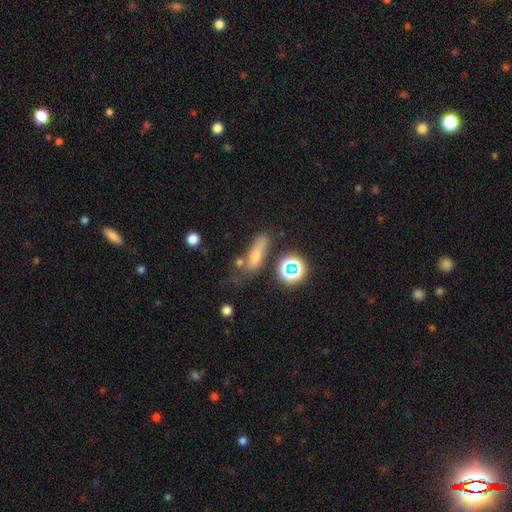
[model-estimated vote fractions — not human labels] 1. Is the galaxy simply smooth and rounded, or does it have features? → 54% smooth, 24% featured or disk, 22% star or artifact.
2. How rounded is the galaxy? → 52% cigar-shaped, 35% in between, 13% round.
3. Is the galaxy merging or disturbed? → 53% none, 23% minor disturbance, 12% major disturbance, 12% merger.